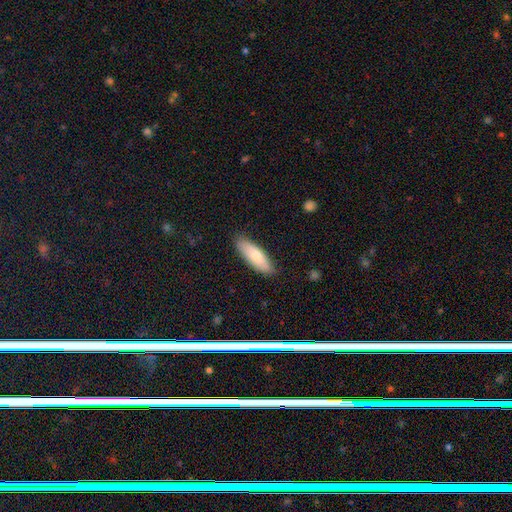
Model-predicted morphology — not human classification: A smooth galaxy with no disk features (75%) that is in between round and cigar-shaped (57%).

Vote fractions:
- Smooth or featured? smooth: 75% / featured or disk: 20% / star or artifact: 5%
- How rounded? in between: 57% / cigar-shaped: 41% / round: 2%
- Merging? none: 83% / minor disturbance: 13% / major disturbance: 2% / merger: 1%